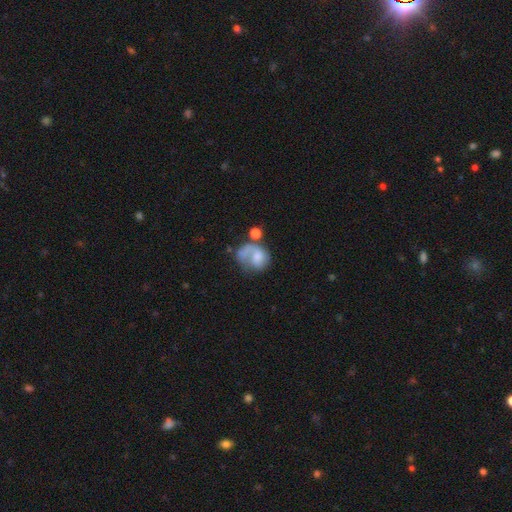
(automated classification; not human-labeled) This is possibly a featured or disk galaxy (48%). Merging: marginally major disturbance (36%).